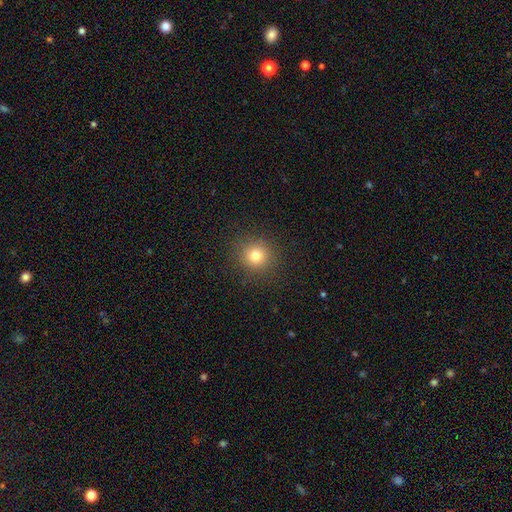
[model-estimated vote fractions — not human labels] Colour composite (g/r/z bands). It shows a smooth galaxy with no disk features (78%) that is round (93%). Merging: none (90%).